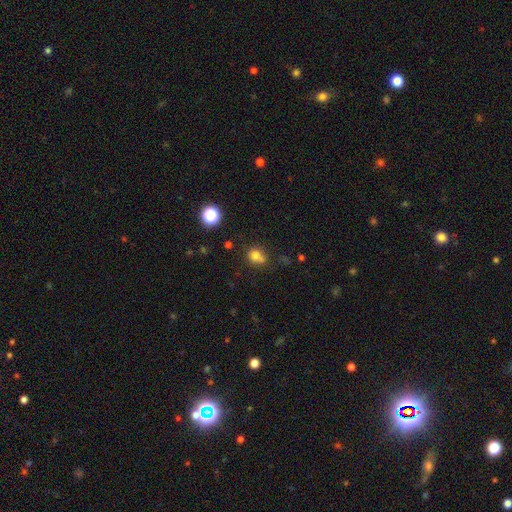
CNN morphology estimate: type=smooth (75%); roundness=round (71%); merging=none (48%).